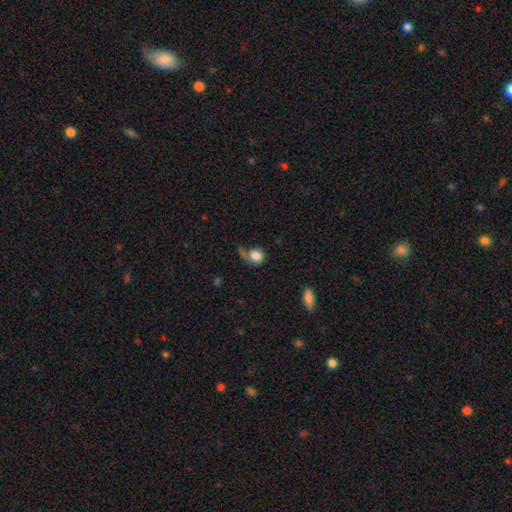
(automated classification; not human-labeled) Smooth or featured: smooth — 79% (featured or disk — 13%)
How rounded: round — 79% (in between — 20%)
Merging: none — 42% (major disturbance — 26%)